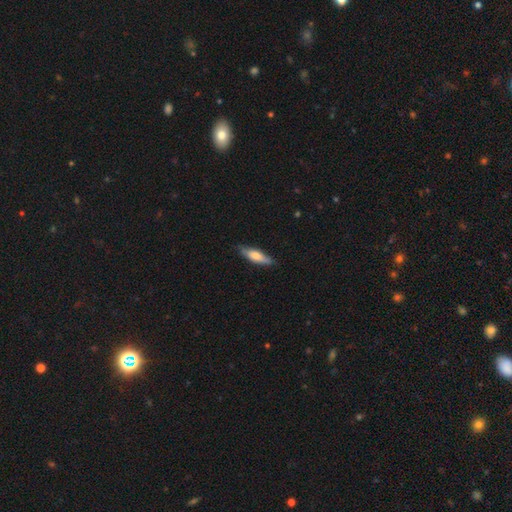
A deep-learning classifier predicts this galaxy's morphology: Smooth or featured: smooth — 64% (featured or disk — 30%)
How rounded: cigar-shaped — 63% (in between — 36%)
Merging: none — 82% (minor disturbance — 15%)